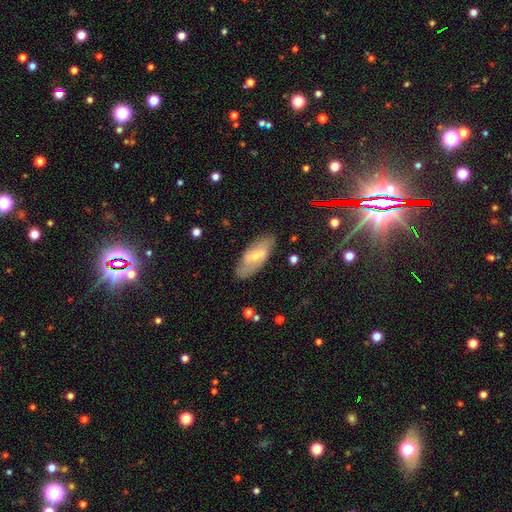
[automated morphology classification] This is possibly a featured or disk galaxy (53%). It is clearly not viewed edge-on (86%). Merging: likely none (77%).